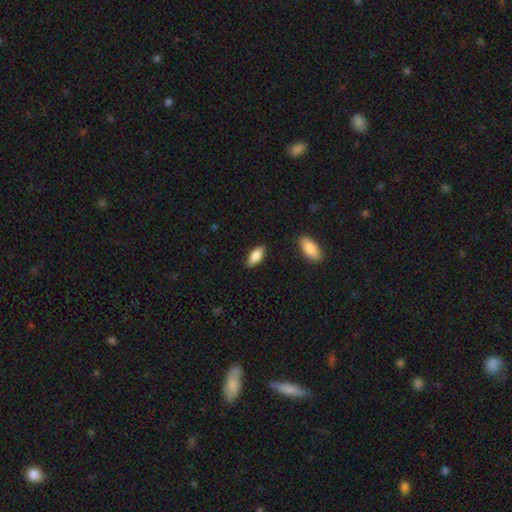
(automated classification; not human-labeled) Overall: smooth (82%). How rounded: in between (81%). Merging: none (84%).